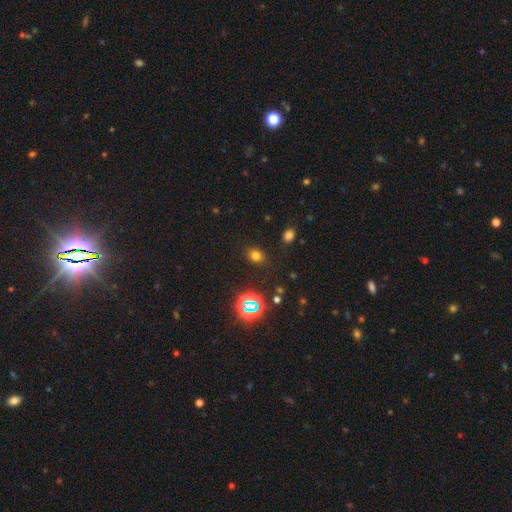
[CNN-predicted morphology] Smooth or featured?
  - smooth: 69% *
  - star or artifact: 24%
  - featured or disk: 7%
How rounded?
  - round: 54% *
  - in between: 45%
  - cigar-shaped: 1%
Merging?
  - none: 85% *
  - minor disturbance: 10%
  - major disturbance: 3%
  - merger: 2%